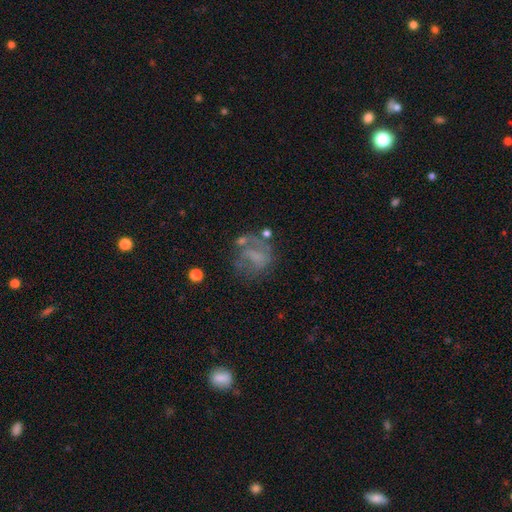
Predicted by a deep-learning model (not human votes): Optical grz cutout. It shows a featured or disk galaxy (54%) with no bar (64%), no spiral arms (51%) and no central bulge (60%). Merging: none (40%).